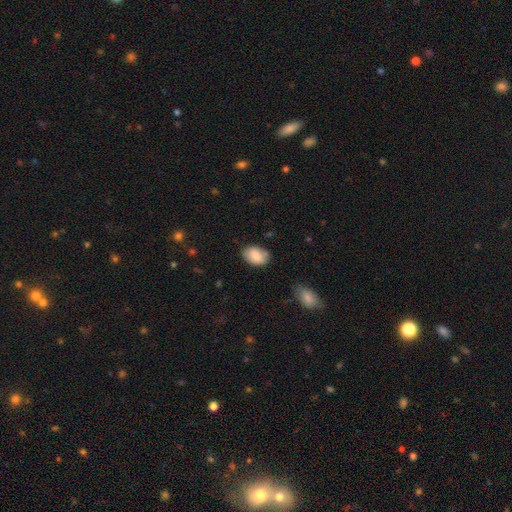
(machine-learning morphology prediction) A smooth galaxy with no disk features (83%) that is in between round and cigar-shaped (86%).

Vote fractions:
- Smooth or featured? smooth: 83% / featured or disk: 10% / star or artifact: 7%
- How rounded? in between: 86% / round: 12% / cigar-shaped: 1%
- Merging? none: 73% / minor disturbance: 20% / merger: 4% / major disturbance: 4%